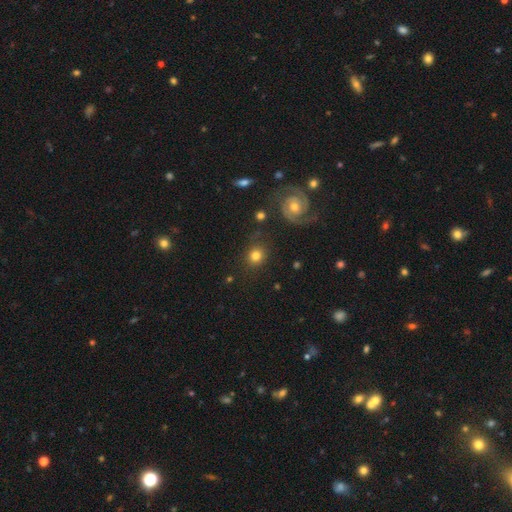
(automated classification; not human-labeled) A smooth galaxy with no disk features (76%) that is round (80%).

Vote fractions:
- Smooth or featured? smooth: 76% / featured or disk: 14% / star or artifact: 10%
- How rounded? round: 80% / in between: 19% / cigar-shaped: 1%
- Merging? none: 80% / minor disturbance: 11% / major disturbance: 5% / merger: 4%